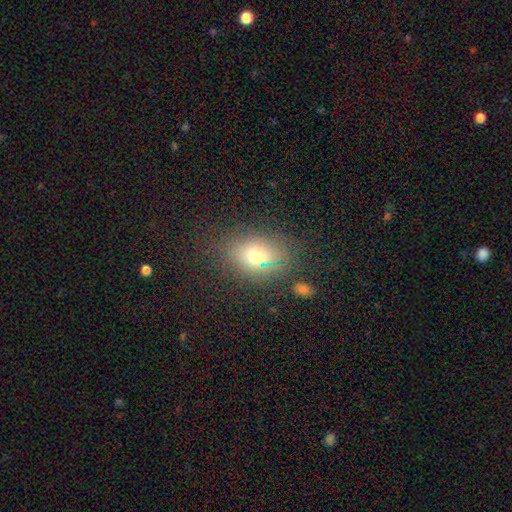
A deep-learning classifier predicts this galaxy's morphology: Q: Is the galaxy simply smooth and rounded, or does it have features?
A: smooth — 67%.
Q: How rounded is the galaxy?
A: in between — 71%.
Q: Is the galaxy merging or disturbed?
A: none — 74%.